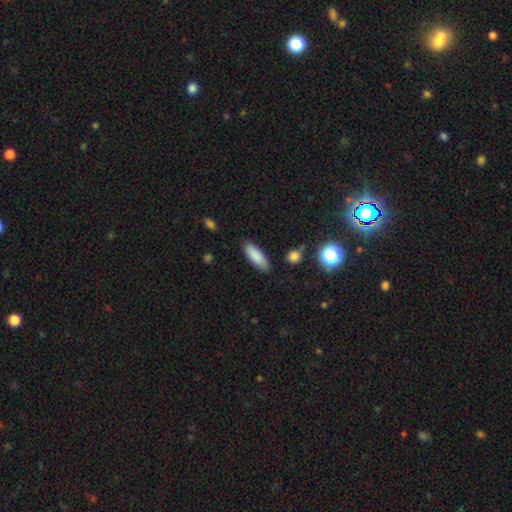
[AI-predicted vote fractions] This is clearly a smooth galaxy (87%). How rounded: likely in between (63%). Merging: clearly none (86%).